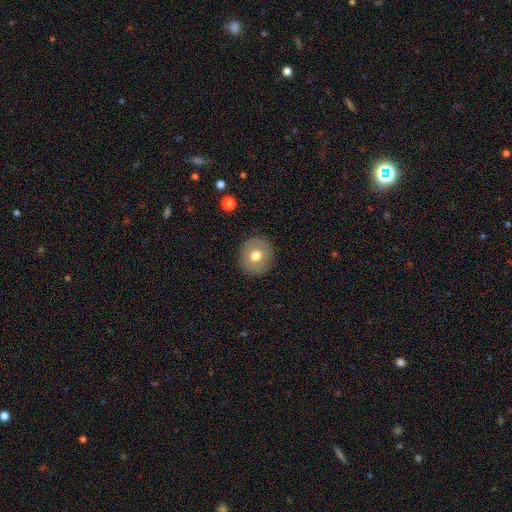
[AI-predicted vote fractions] smooth_or_featured: smooth (p=0.66) [alt: featured or disk p=0.25]
how_rounded: round (p=0.89) [alt: in between p=0.10]
merging: none (p=0.89) [alt: minor disturbance p=0.07]